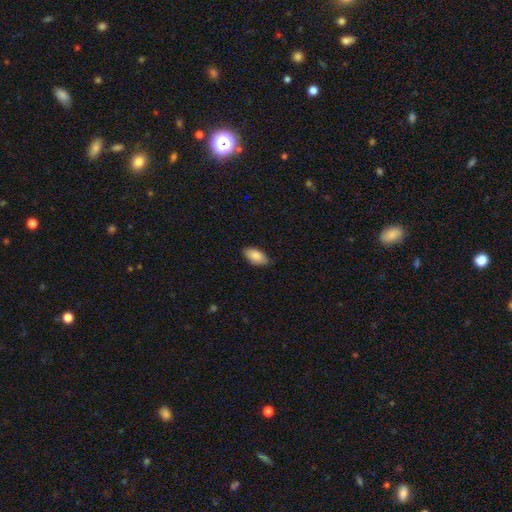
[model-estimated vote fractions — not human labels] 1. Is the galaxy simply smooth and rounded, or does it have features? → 87% smooth, 7% featured or disk, 6% star or artifact.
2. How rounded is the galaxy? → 94% in between, 3% cigar-shaped, 3% round.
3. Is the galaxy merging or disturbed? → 82% none, 15% minor disturbance, 2% major disturbance, 1% merger.